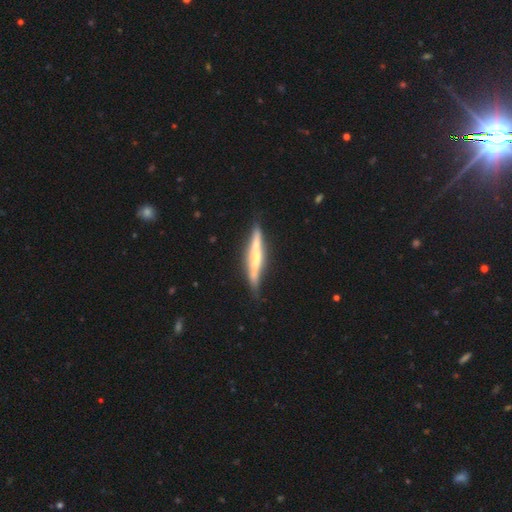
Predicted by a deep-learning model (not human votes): This appears to be a featured or disk galaxy (63%) viewed edge-on (94%) with no central bulge (45%). Merging: none (77%).